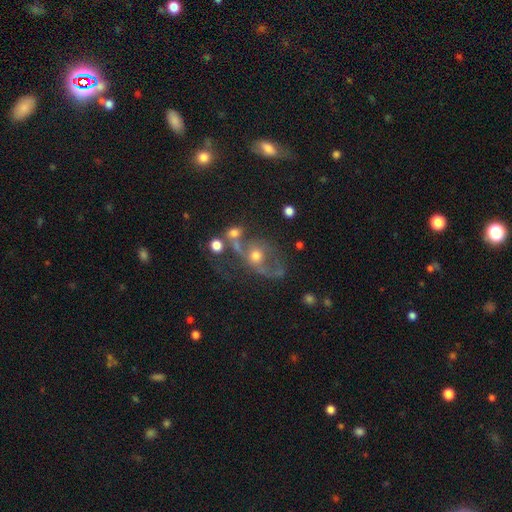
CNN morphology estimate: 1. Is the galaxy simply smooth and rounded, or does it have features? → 55% featured or disk, 30% smooth, 15% star or artifact.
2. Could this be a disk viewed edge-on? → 95% no, 5% yes.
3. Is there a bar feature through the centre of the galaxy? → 74% no, 19% weak, 7% strong.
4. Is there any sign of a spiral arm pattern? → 52% no, 48% yes.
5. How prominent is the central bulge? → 62% moderate, 25% small, 7% large, 3% none, 2% dominant.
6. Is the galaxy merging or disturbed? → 31% none, 30% major disturbance, 21% merger, 17% minor disturbance.